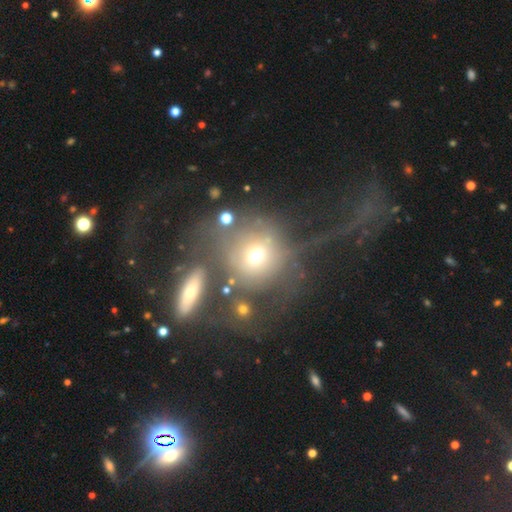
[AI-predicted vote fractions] The model was most divided on "merging": major disturbance: 37%, none: 31%, merger: 20%, minor disturbance: 12%. More confident: how rounded — round (80%); smooth or featured — smooth (52%).